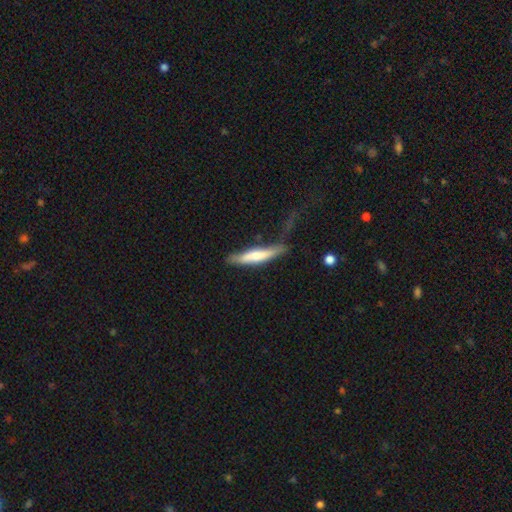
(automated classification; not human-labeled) Smooth or featured?
  - smooth: 60% *
  - featured or disk: 35%
  - star or artifact: 5%
How rounded?
  - cigar-shaped: 87% *
  - in between: 11%
  - round: 1%
Merging?
  - none: 56% *
  - minor disturbance: 26%
  - major disturbance: 12%
  - merger: 5%